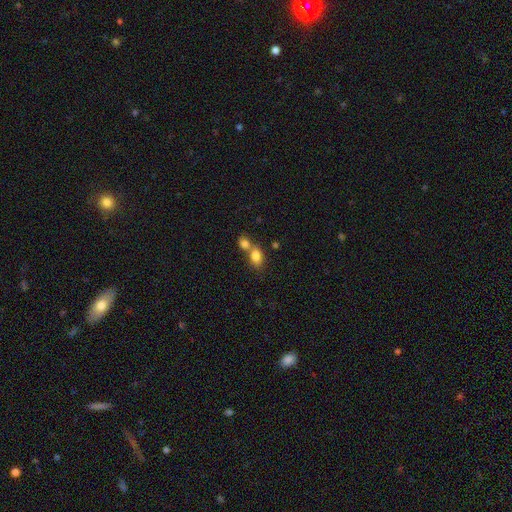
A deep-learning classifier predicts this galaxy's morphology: The model was most divided on "merging": merger: 55%, none: 34%, minor disturbance: 8%, major disturbance: 3%. More confident: smooth or featured — smooth (81%); how rounded — in between (76%).